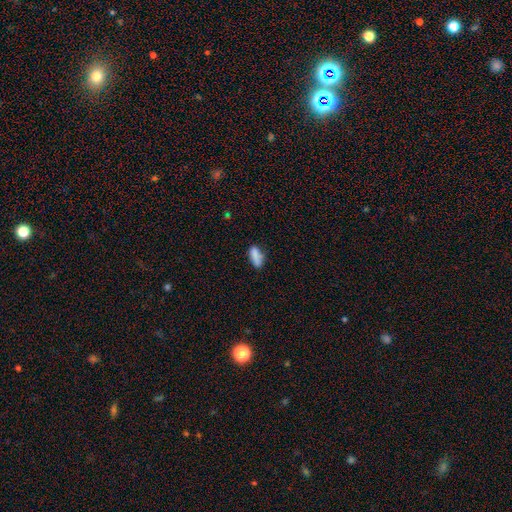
smooth_or_featured: smooth (p=0.90) [alt: featured or disk p=0.10]
how_rounded: in between (p=0.71) [alt: cigar-shaped p=0.23]
merging: none (p=0.67) [alt: minor disturbance p=0.15]